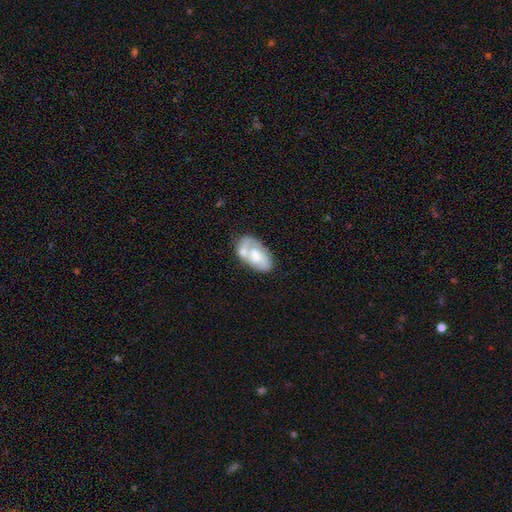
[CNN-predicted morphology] Q: Smooth or featured?
A: featured or disk (52%); runner-up: smooth (41%)
Q: Edge-on disk?
A: no (96%); runner-up: yes (4%)
Q: Merging?
A: none (36%); runner-up: merger (32%)